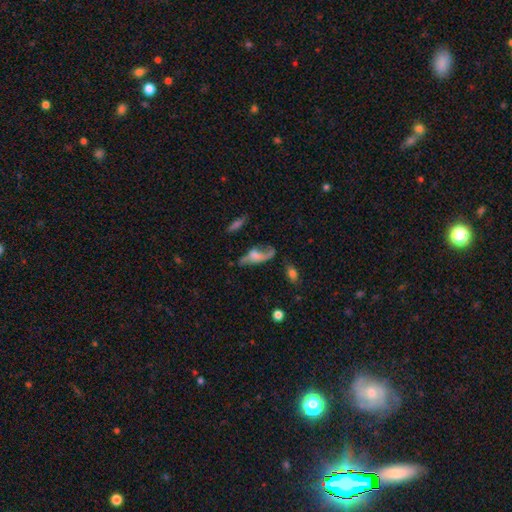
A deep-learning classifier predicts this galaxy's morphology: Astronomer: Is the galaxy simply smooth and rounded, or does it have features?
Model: featured or disk — 54% (runner-up: smooth, 36%).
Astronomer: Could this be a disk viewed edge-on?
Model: no — 78%.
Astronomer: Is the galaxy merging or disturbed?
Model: none — 39% (runner-up: major disturbance, 28%).